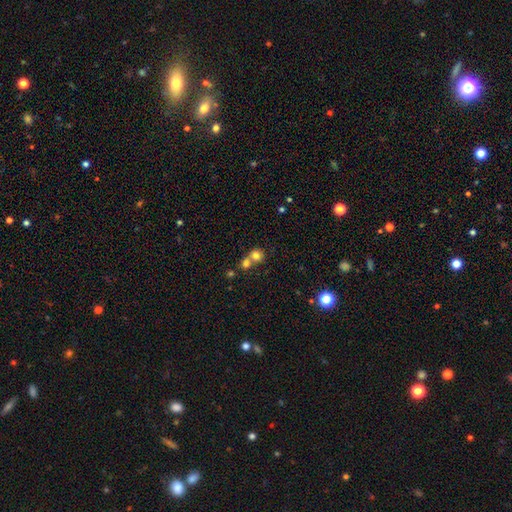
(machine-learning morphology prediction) Q: Smooth or featured?
A: smooth (76%); runner-up: featured or disk (12%)
Q: How rounded?
A: round (84%); runner-up: in between (15%)
Q: Merging?
A: merger (58%); runner-up: none (35%)